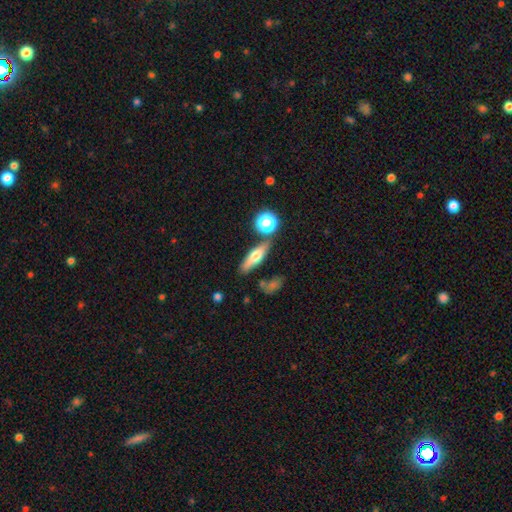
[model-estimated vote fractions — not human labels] Overall: smooth (54%; featured or disk 37%). How rounded: cigar-shaped (53%; in between 41%). Merging: none (76%).